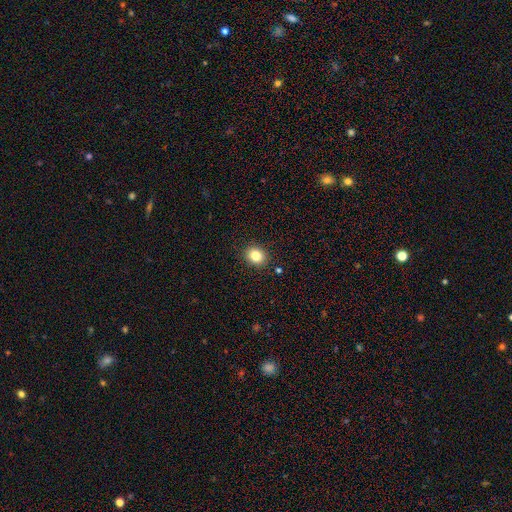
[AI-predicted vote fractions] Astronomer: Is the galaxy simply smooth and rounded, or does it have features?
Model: smooth — 84%.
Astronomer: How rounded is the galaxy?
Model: round — 67%.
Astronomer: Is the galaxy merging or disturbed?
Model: none — 90%.